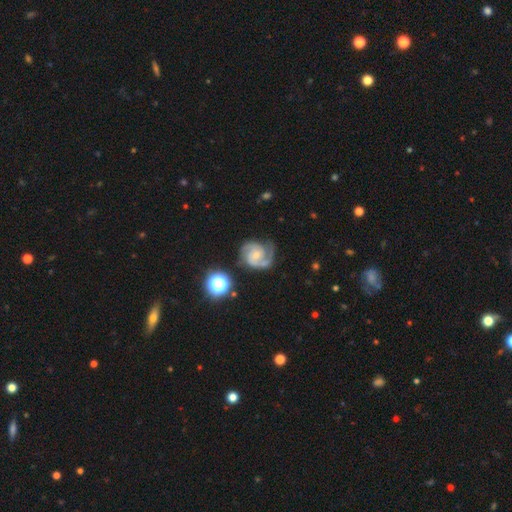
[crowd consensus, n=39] Volunteers were most divided on "bulge size": moderate: 51%, small: 49%, dominant: 0%, large: 0%, none: 0%. Remaining: smooth or featured — featured or disk (100%); spiral arms — yes (100%); spiral arm count — 2 (97%); edge-on disk — no (95%); bar — no (68%); merging — none (64%); spiral winding — medium (49%).